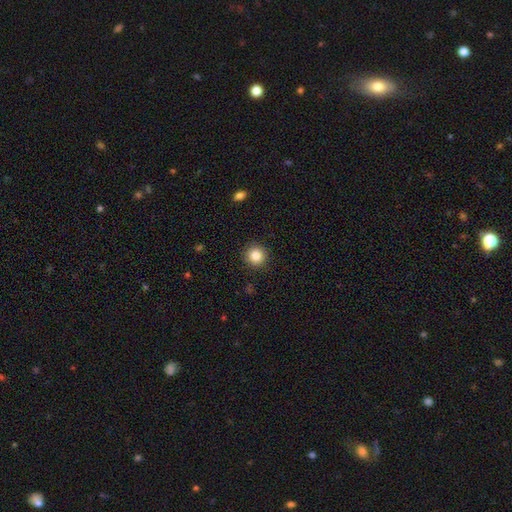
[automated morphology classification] smooth_or_featured: smooth (p=0.84) [alt: star or artifact p=0.10]
how_rounded: round (p=0.94) [alt: in between p=0.05]
merging: none (p=0.91) [alt: minor disturbance p=0.06]